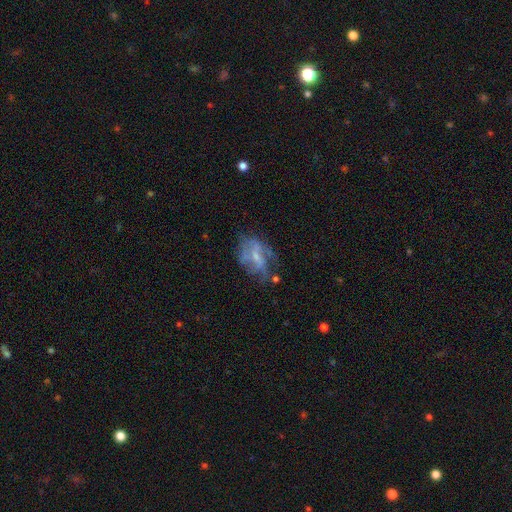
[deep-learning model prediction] Smooth or featured: featured or disk — 66% (smooth — 23%)
Edge-on disk: no — 96% (yes — 4%)
Bar: weak — 44% (no — 42%)
Spiral arms: yes — 51% (no — 49%)
Bulge size: small — 49% (moderate — 26%)
Merging: none — 41% (major disturbance — 30%)